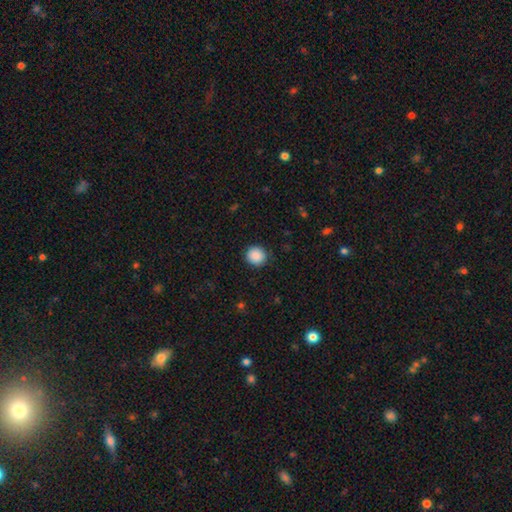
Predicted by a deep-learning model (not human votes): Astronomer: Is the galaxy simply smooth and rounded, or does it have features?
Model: smooth — 89%.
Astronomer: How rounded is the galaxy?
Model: round — 93%.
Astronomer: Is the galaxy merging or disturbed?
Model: none — 91%.